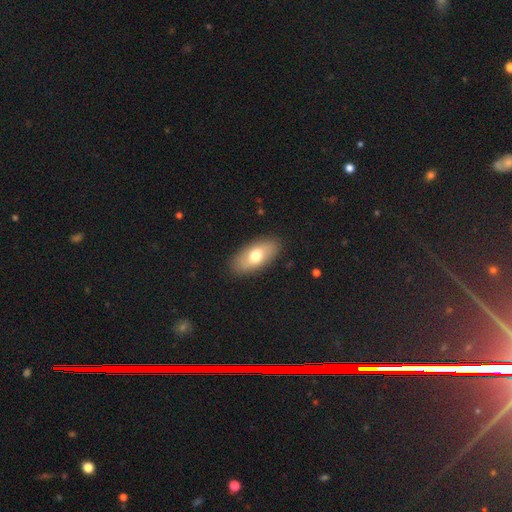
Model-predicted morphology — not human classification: This is likely a smooth galaxy (68%). How rounded: clearly in between (90%). Merging: clearly none (87%).